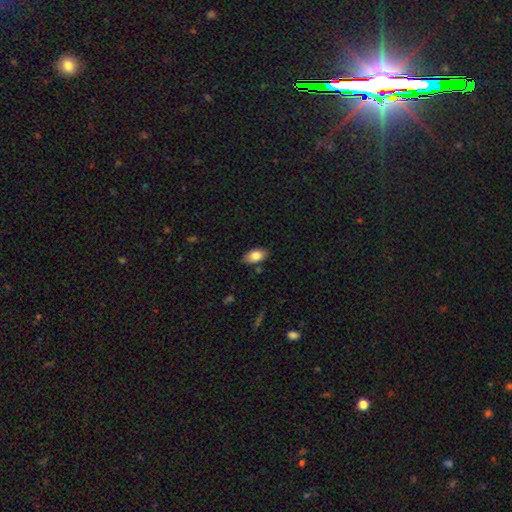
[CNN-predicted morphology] Smooth or featured?
  - smooth: 83% *
  - featured or disk: 10%
  - star or artifact: 7%
How rounded?
  - in between: 92% *
  - round: 5%
  - cigar-shaped: 3%
Merging?
  - none: 81% *
  - minor disturbance: 14%
  - major disturbance: 2%
  - merger: 2%